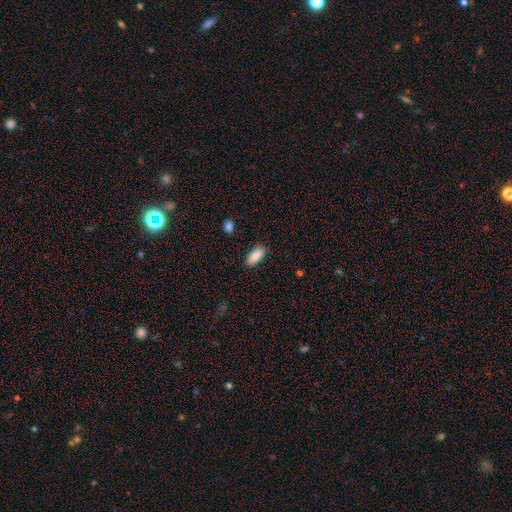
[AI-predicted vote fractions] Smooth or featured? smooth (88%)
How rounded? in between (82%)
Merging? none (87%)